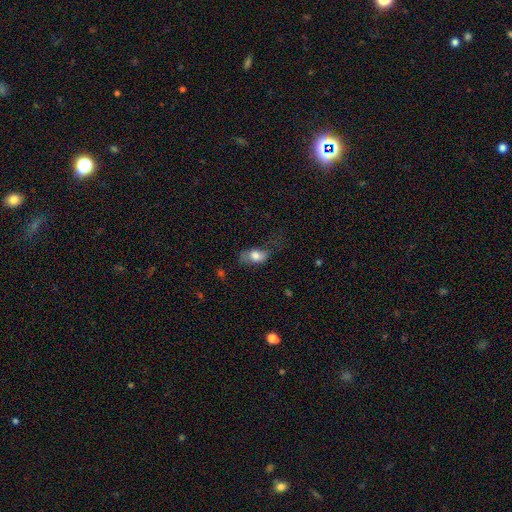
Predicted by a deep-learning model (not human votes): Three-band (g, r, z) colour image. It shows a smooth galaxy with no disk features (74%) that is in between round and cigar-shaped (84%). Merging: none (44%).